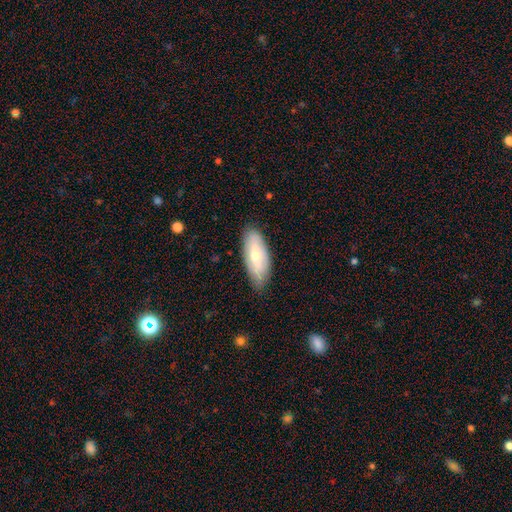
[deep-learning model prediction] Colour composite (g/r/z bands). It shows a smooth galaxy with no disk features (54%) that is in between round and cigar-shaped (78%). Merging: none (81%).